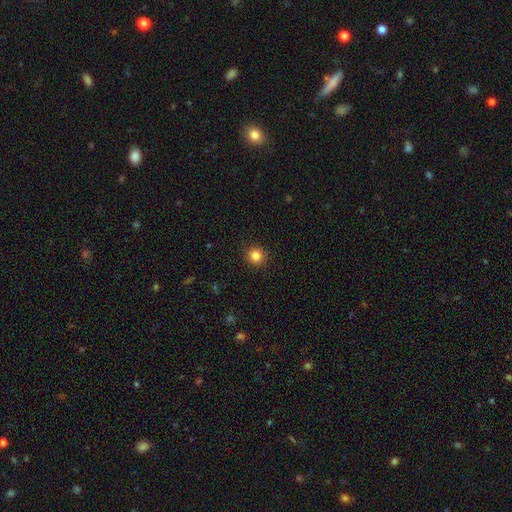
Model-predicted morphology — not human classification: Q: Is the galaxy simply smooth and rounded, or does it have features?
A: smooth — 84%.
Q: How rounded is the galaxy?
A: round — 93%.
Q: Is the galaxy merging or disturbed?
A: none — 92%.